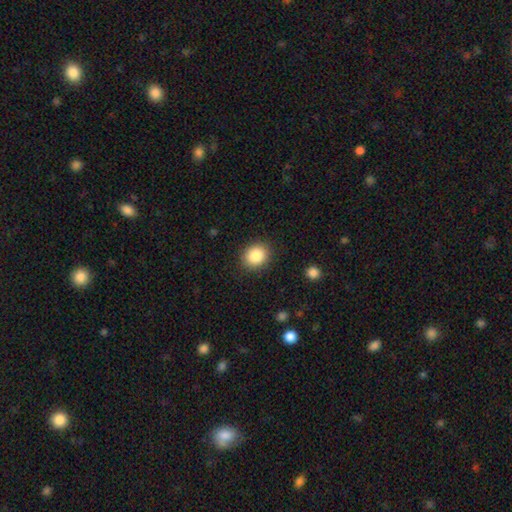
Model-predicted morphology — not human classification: Q: Smooth or featured?
A: smooth (86%); runner-up: star or artifact (8%)
Q: How rounded?
A: round (66%); runner-up: in between (34%)
Q: Merging?
A: none (88%); runner-up: minor disturbance (8%)